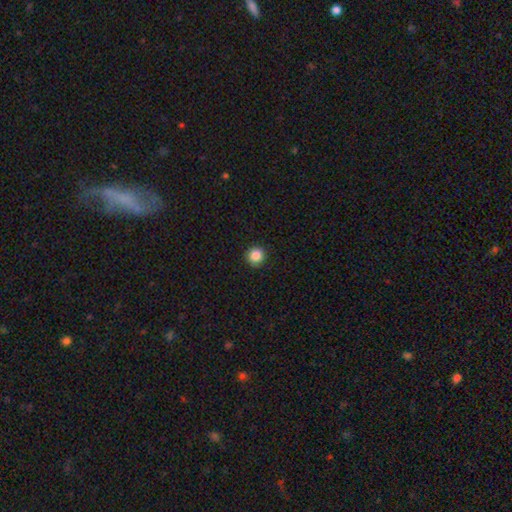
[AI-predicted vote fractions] A smooth galaxy with no disk features (86%) that is round (95%). Merging: none (88%).